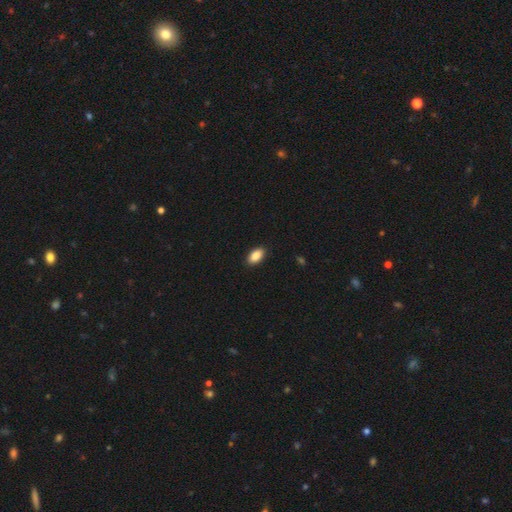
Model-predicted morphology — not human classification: Smooth or featured? smooth (88%)
How rounded? in between (93%)
Merging? none (90%)